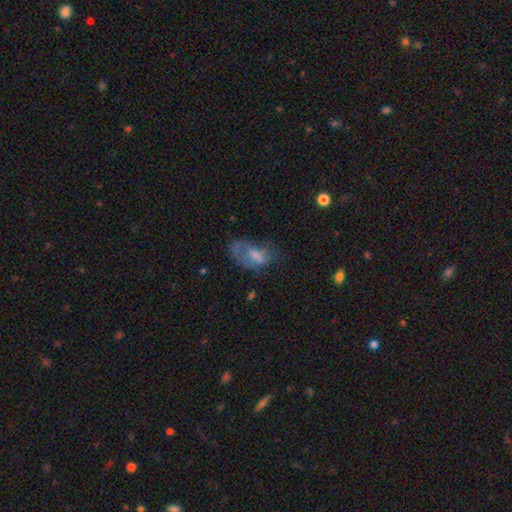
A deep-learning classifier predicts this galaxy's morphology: This appears to be a smooth galaxy with no disk features (51%) that is in between round and cigar-shaped (89%). Merging: major disturbance (37%).